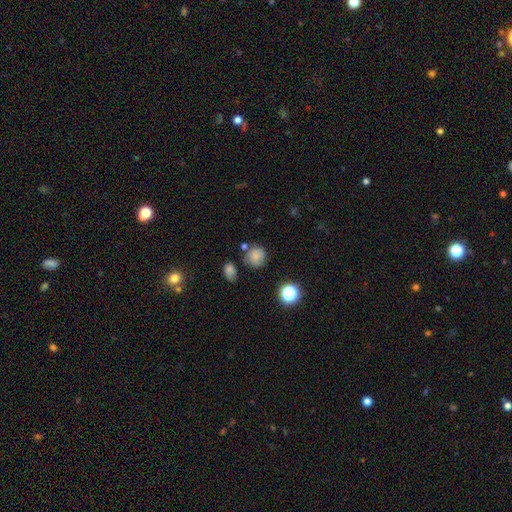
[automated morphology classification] This appears to be a smooth galaxy with no disk features (71%) that is round (85%). Merging: none (66%).